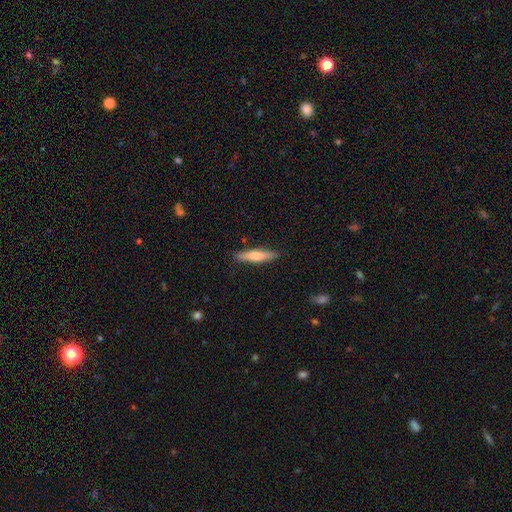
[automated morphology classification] smooth-or-featured: smooth: 60% | featured or disk: 34% | star or artifact: 6%
  how-rounded: cigar-shaped: 87% | in between: 12% | round: 2%
  merging: none: 89% | minor disturbance: 8% | major disturbance: 2% | merger: 1%